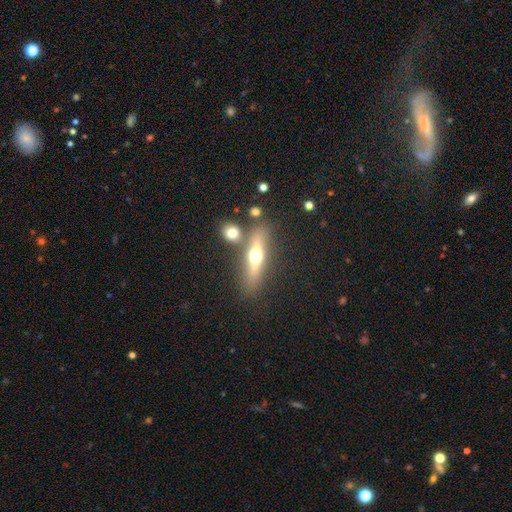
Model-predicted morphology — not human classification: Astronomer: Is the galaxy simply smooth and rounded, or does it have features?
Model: featured or disk — 56% (runner-up: smooth, 36%).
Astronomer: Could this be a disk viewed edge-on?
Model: yes — 88%.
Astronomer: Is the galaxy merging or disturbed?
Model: none — 74%.